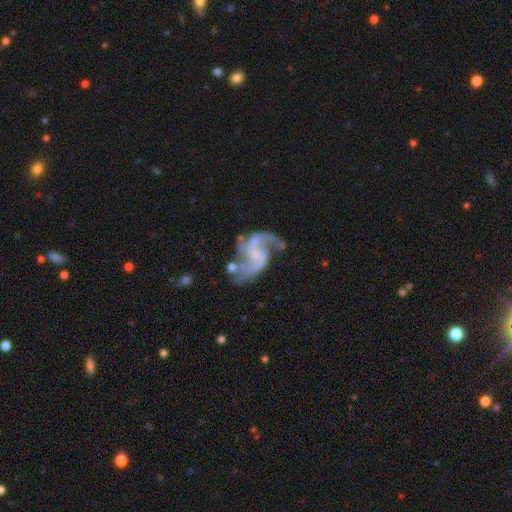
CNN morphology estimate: smooth_or_featured: featured or disk (p=0.90) [alt: star or artifact p=0.06]
disk_edge_on: no (p=0.98) [alt: yes p=0.02]
bar: no (p=0.43) [alt: weak p=0.42]
has_spiral_arms: yes (p=0.97) [alt: no p=0.03]
spiral_winding: loose (p=0.47) [alt: medium p=0.44]
spiral_arm_count: 2 (p=0.81) [alt: 3 p=0.08]
bulge_size: none (p=0.55) [alt: small p=0.32]
merging: none (p=0.54) [alt: minor disturbance p=0.20]